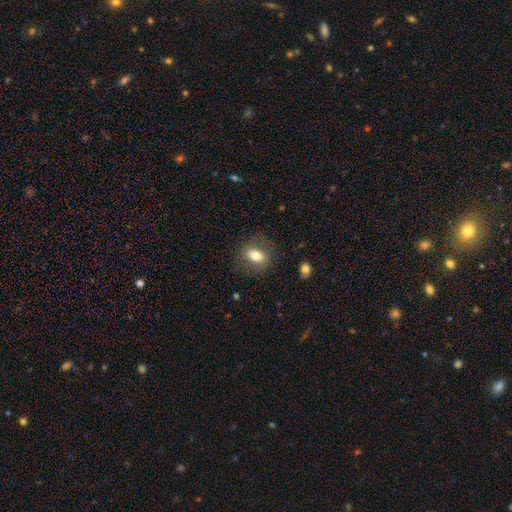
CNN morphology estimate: Smooth or featured? Predicted: smooth (p=0.70). How rounded? Predicted: in between (p=0.69). Merging? Predicted: none (p=0.79).